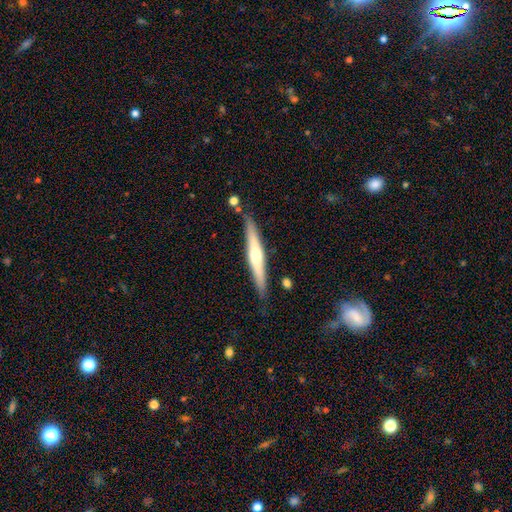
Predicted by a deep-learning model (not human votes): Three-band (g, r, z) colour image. It shows a featured or disk galaxy (57%) viewed edge-on (95%) with a rounded central bulge (81%). Merging: none (83%).